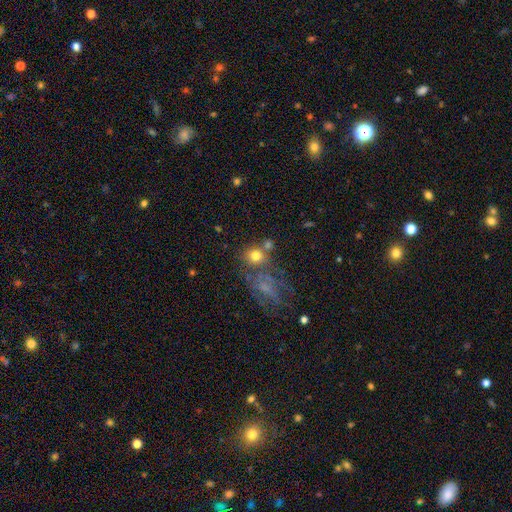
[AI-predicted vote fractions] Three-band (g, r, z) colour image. It shows a smooth galaxy with no disk features (73%) that is round (81%). Merging: none (57%).